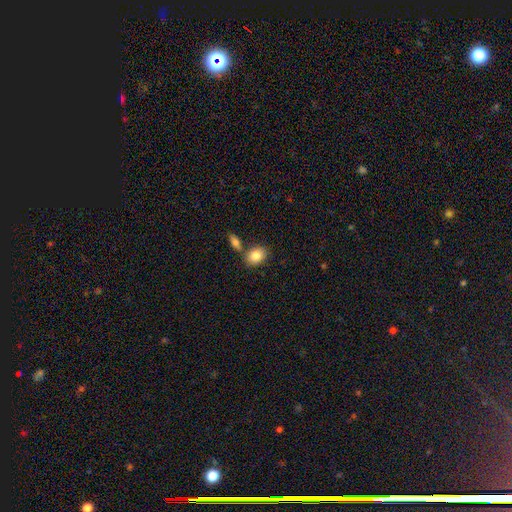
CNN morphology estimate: A smooth galaxy with no disk features (83%) that is in between round and cigar-shaped (68%). Merging: none (66%).